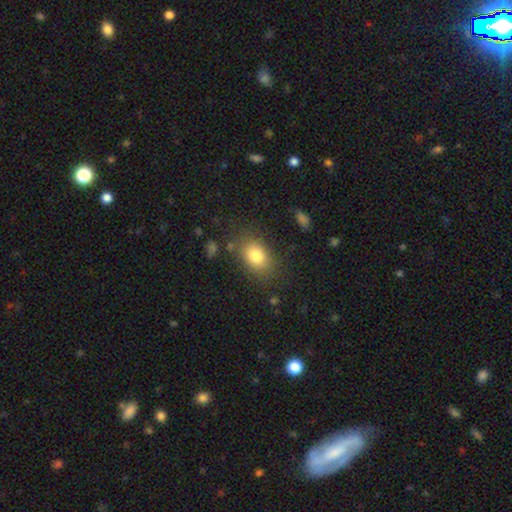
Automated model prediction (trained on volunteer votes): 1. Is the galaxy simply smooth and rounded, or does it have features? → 80% smooth, 11% featured or disk, 10% star or artifact.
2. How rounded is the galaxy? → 77% in between, 21% round, 1% cigar-shaped.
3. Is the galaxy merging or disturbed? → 79% none, 14% minor disturbance, 5% major disturbance, 2% merger.